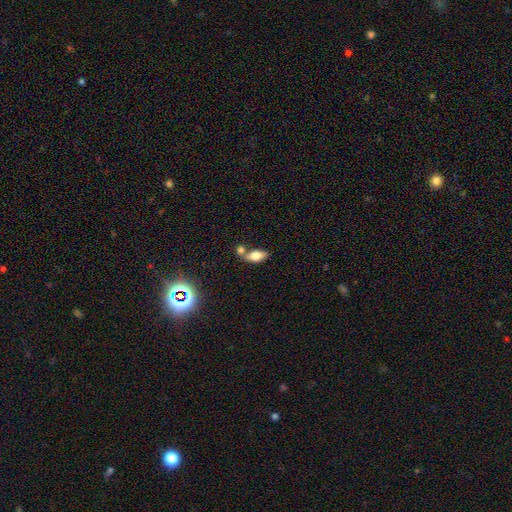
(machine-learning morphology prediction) A smooth galaxy with no disk features (67%) that is in between round and cigar-shaped (83%). Merging: none (53%).